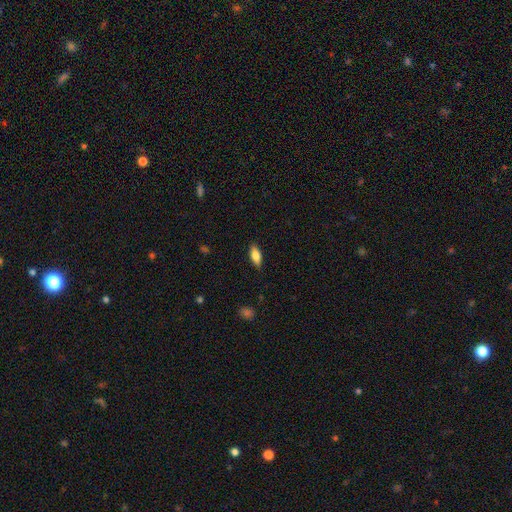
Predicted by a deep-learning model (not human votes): Smooth or featured?
  - smooth: 76% *
  - featured or disk: 17%
  - star or artifact: 7%
How rounded?
  - in between: 77% *
  - cigar-shaped: 20%
  - round: 2%
Merging?
  - none: 87% *
  - minor disturbance: 10%
  - major disturbance: 2%
  - merger: 1%